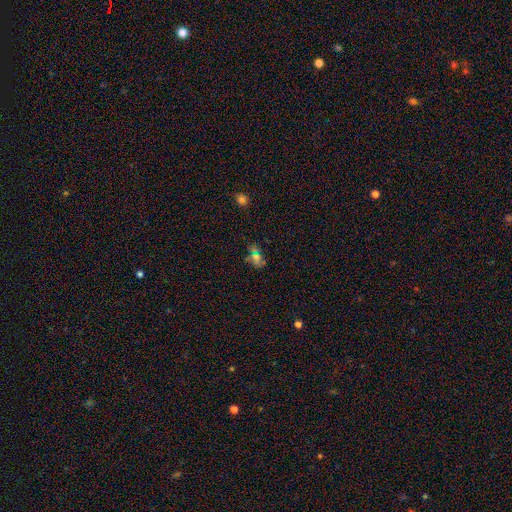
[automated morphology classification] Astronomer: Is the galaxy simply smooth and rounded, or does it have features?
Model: smooth — 49% (runner-up: star or artifact, 35%).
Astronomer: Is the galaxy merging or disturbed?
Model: none — 69%.